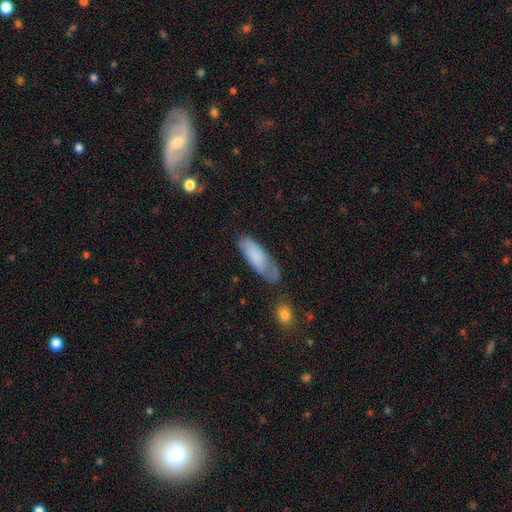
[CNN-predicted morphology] smooth 77%, featured or disk 16%, star or artifact 6%. Down the decision tree: how rounded — in between (60%); merging — none (53%).